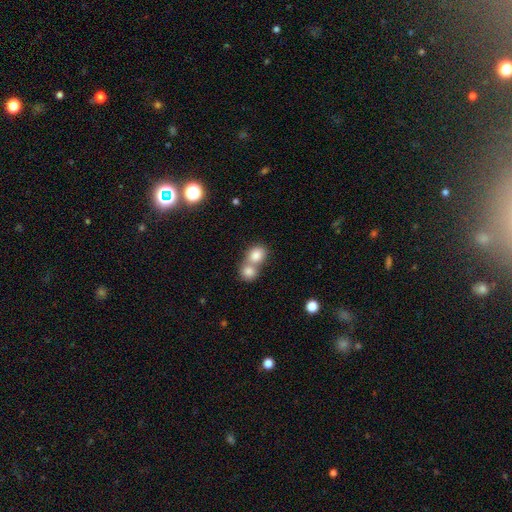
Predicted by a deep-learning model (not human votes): Smooth or featured?
  - smooth: 82% *
  - featured or disk: 9%
  - star or artifact: 9%
How rounded?
  - round: 60% *
  - in between: 39%
  - cigar-shaped: 1%
Merging?
  - merger: 65% *
  - none: 28%
  - minor disturbance: 5%
  - major disturbance: 2%